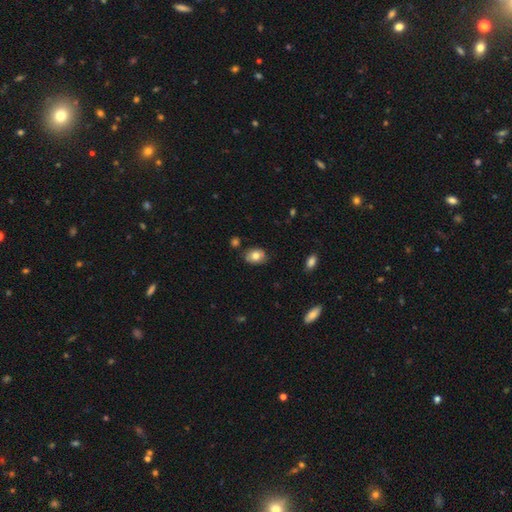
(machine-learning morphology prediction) This is likely a smooth galaxy (74%). How rounded: likely in between (70%). Merging: likely none (76%).